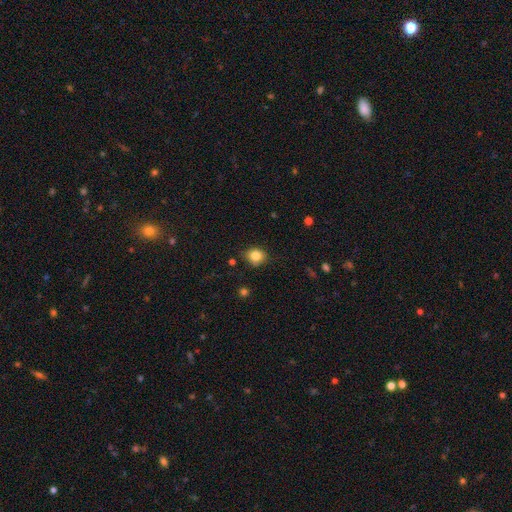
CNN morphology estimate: A smooth galaxy with no disk features (82%) that is round (70%).

Vote fractions:
- Smooth or featured? smooth: 82% / star or artifact: 11% / featured or disk: 7%
- How rounded? round: 70% / in between: 29% / cigar-shaped: 1%
- Merging? none: 77% / minor disturbance: 18% / major disturbance: 3% / merger: 2%